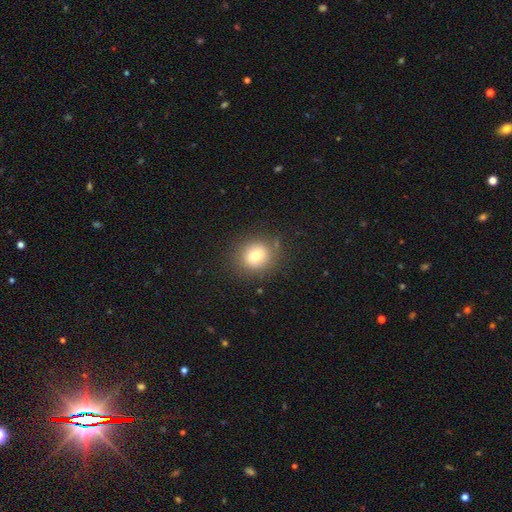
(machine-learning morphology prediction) smooth_or_featured: smooth (p=0.75) [alt: featured or disk p=0.13]
how_rounded: round (p=0.81) [alt: in between p=0.18]
merging: none (p=0.82) [alt: minor disturbance p=0.12]